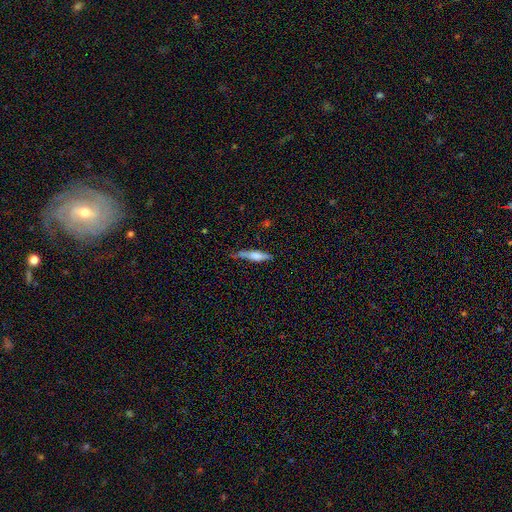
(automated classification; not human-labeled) Overall: smooth (57%; featured or disk 36%). How rounded: cigar-shaped (79%). Merging: none (67%).